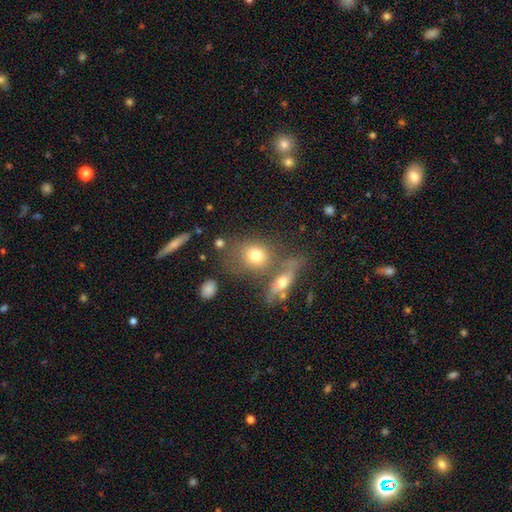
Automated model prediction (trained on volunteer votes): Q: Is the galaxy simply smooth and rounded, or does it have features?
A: smooth — 72%.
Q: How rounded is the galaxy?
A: round — 58%.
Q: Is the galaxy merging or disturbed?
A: none — 46%.